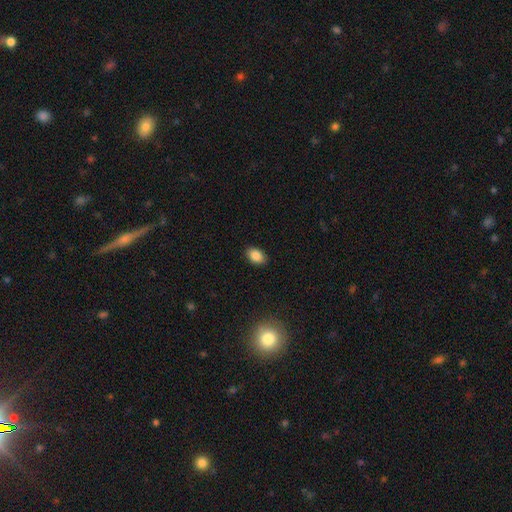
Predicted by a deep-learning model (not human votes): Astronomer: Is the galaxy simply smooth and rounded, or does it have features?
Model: smooth — 87%.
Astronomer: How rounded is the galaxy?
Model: in between — 85%.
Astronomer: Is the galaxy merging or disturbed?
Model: none — 88%.